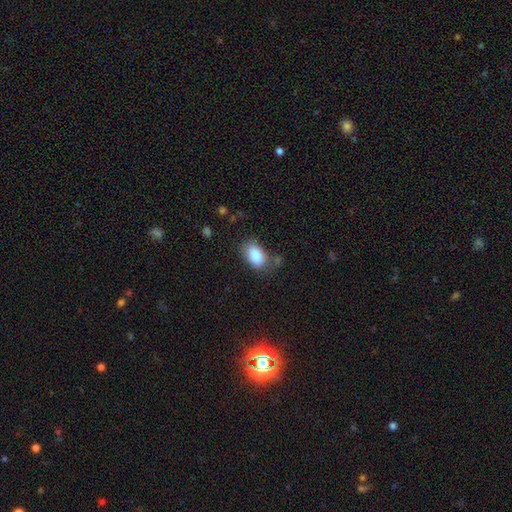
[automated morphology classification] A smooth galaxy with no disk features (86%) that is in between round and cigar-shaped (89%). Merging: none (64%).